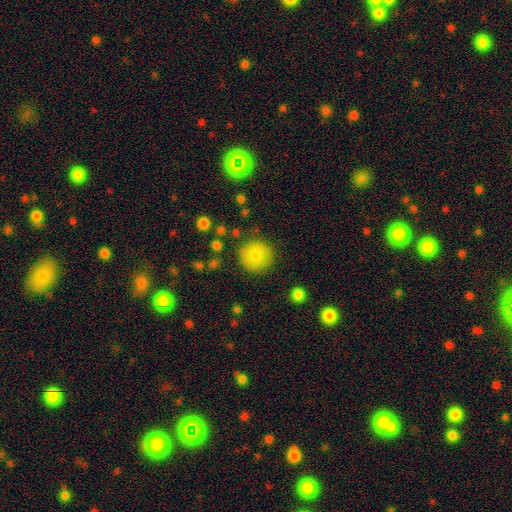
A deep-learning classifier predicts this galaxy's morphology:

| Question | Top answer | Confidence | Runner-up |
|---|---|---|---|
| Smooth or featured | smooth | 82% | featured or disk (9%) |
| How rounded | round | 94% | in between (5%) |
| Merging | none | 87% | minor disturbance (9%) |